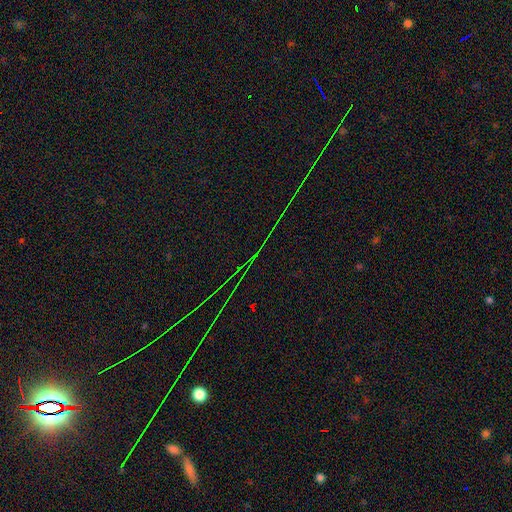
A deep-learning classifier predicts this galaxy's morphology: Smooth or featured: star or artifact — 82% (smooth — 10%)